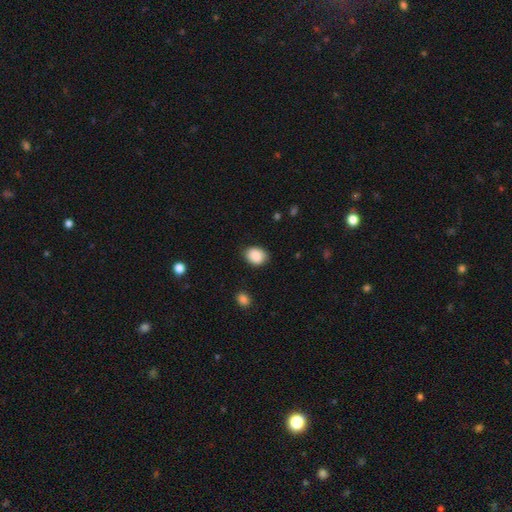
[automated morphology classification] Smooth or featured? smooth (88%)
How rounded? in between (55%)
Merging? none (81%)